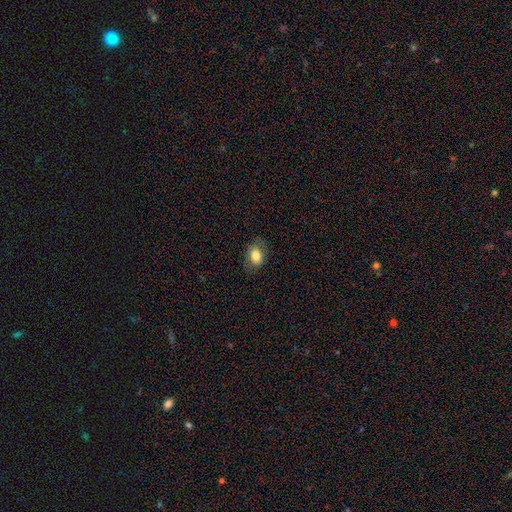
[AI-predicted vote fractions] The model was most divided on "how rounded": in between: 78%, round: 20%, cigar-shaped: 1%. More confident: merging — none (78%); smooth or featured — smooth (77%).